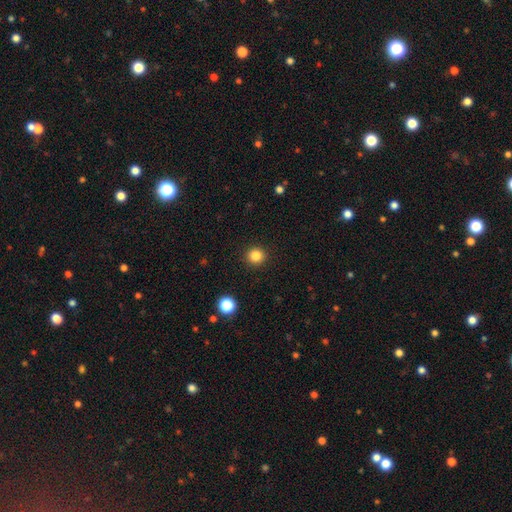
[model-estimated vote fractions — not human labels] Smooth or featured? smooth (84%)
How rounded? round (93%)
Merging? none (93%)